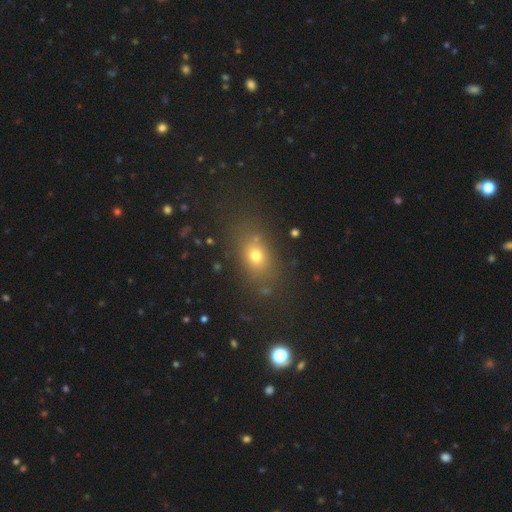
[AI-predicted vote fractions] smooth_or_featured: smooth (p=0.68) [alt: star or artifact p=0.19]
how_rounded: in between (p=0.64) [alt: round p=0.32]
merging: none (p=0.78) [alt: minor disturbance p=0.12]